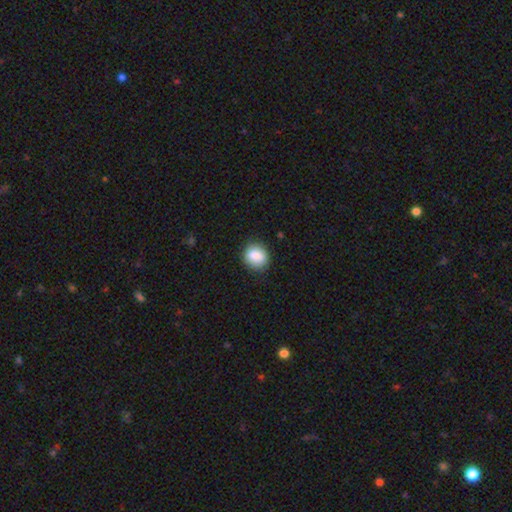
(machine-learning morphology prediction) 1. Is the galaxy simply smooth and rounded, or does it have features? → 85% smooth, 8% star or artifact, 7% featured or disk.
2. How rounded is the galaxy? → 62% round, 37% in between, 1% cigar-shaped.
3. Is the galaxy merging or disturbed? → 82% none, 13% minor disturbance, 3% major disturbance, 1% merger.